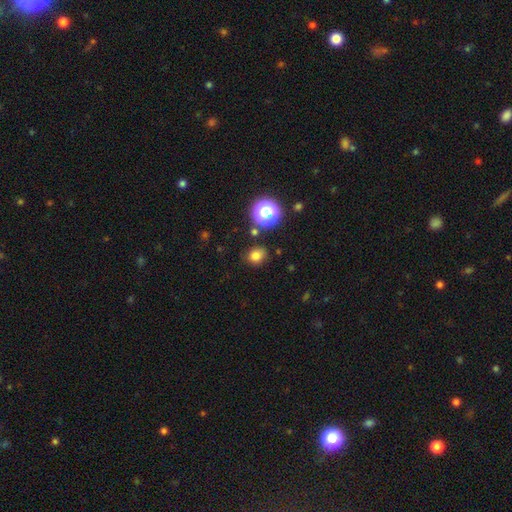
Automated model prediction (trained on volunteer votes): Smooth or featured? Predicted: smooth (p=0.76). How rounded? Predicted: round (p=0.69). Merging? Predicted: none (p=0.80).